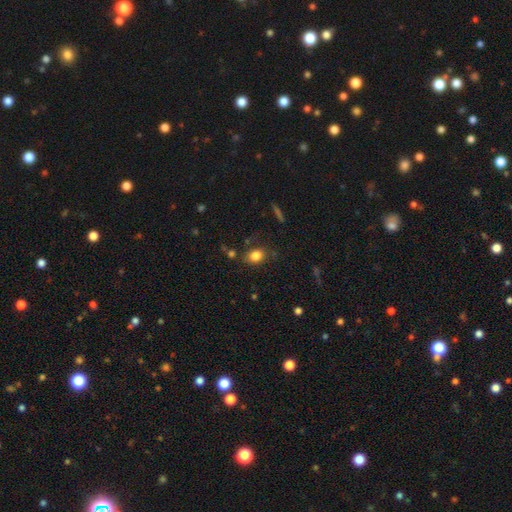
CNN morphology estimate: Overall: smooth (82%). How rounded: in between (59%; round 39%). Merging: none (77%).